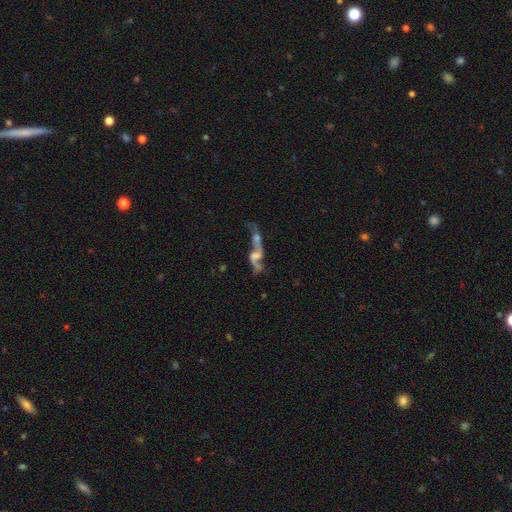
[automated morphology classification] featured or disk 61%, smooth 25%, star or artifact 14%. Down the decision tree: edge-on disk — no (87%); bar — no (61%); spiral arms — yes (54%); bulge size — none (47%); merging — merger (55%).